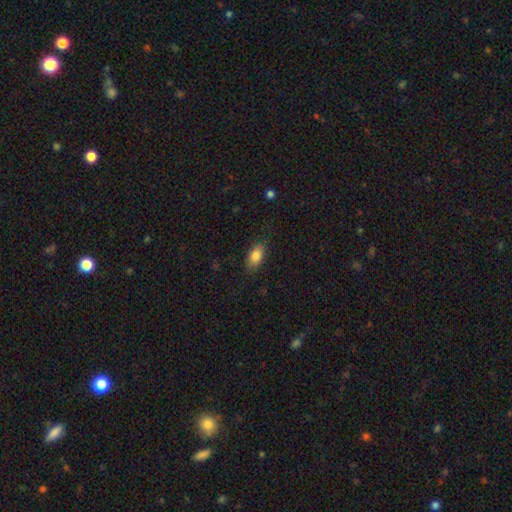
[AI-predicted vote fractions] A smooth galaxy with no disk features (84%) that is in between round and cigar-shaped (90%). Merging: none (84%).